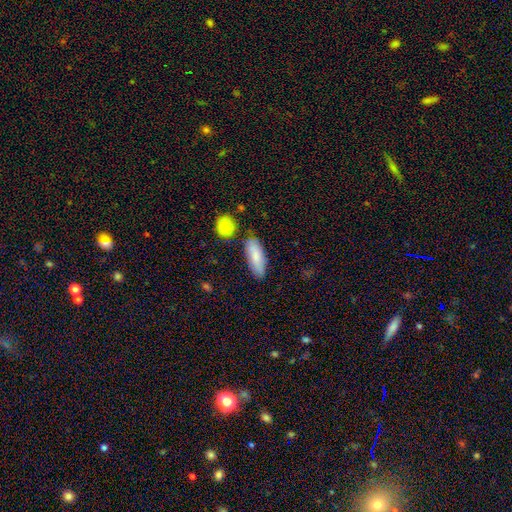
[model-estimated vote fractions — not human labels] This is clearly a smooth galaxy (83%). How rounded: likely in between (69%). Merging: likely none (75%).